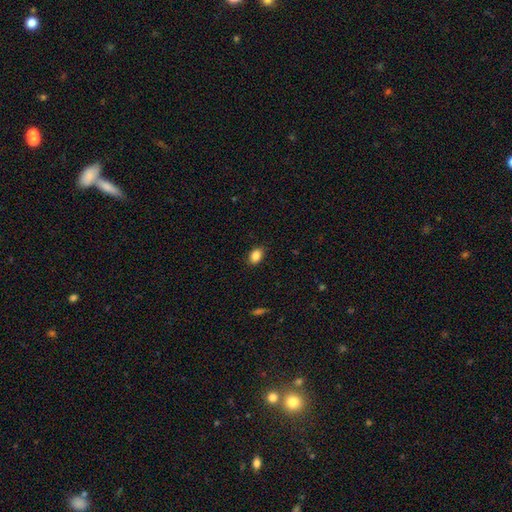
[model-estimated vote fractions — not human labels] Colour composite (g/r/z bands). It shows a smooth galaxy with no disk features (87%) that is in between round and cigar-shaped (80%). Merging: none (86%).